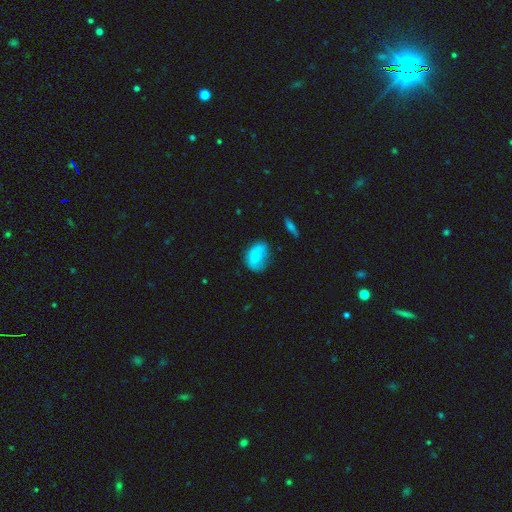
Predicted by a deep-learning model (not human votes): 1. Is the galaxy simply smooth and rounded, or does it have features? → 72% smooth, 19% featured or disk, 9% star or artifact.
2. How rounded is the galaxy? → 74% in between, 24% round, 2% cigar-shaped.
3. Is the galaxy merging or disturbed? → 44% none, 34% minor disturbance, 17% major disturbance, 5% merger.